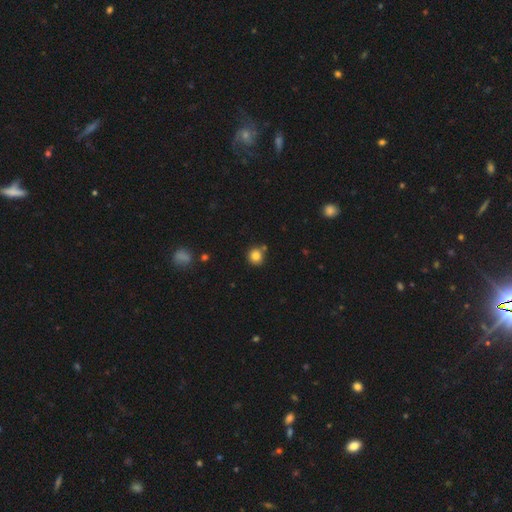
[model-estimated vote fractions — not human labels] The model was most divided on "merging": none: 77%, minor disturbance: 11%, merger: 10%, major disturbance: 3%. More confident: how rounded — round (91%); smooth or featured — smooth (82%).